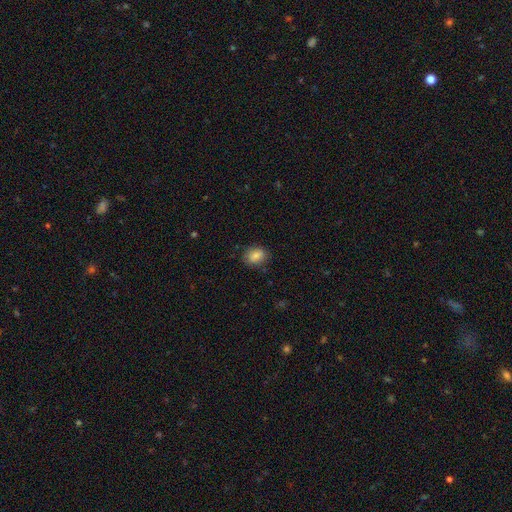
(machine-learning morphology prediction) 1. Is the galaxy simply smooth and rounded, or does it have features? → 84% smooth, 9% star or artifact, 7% featured or disk.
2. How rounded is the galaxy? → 59% in between, 40% round, 1% cigar-shaped.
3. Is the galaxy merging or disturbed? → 84% none, 12% minor disturbance, 3% major disturbance, 1% merger.